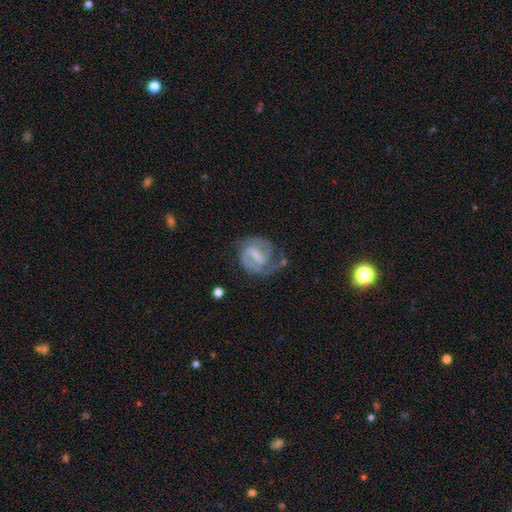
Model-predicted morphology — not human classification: A featured or disk galaxy (74%) with a weak bar (45%), 2 (66%) medium (44%) spiral arms (86%) and a small central bulge (32%, tied with none).

Vote fractions:
- Smooth or featured? featured or disk: 74% / smooth: 19% / star or artifact: 7%
- Edge-on disk? no: 97% / yes: 3%
- Bar? weak: 45% / strong: 43% / no: 12%
- Spiral arms? yes: 86% / no: 14%
- Spiral winding? medium: 44% / tight: 41% / loose: 16%
- Spiral arm count? 2: 66% / can't tell: 15% / 1: 12% / 3: 4% / 4: 1% / more than 4: 1%
- Bulge size? small: 32% (tied) / none: 32% (tied) / moderate: 28% / large: 6% / dominant: 1%
- Merging? none: 51% / minor disturbance: 25% / major disturbance: 20% / merger: 5%